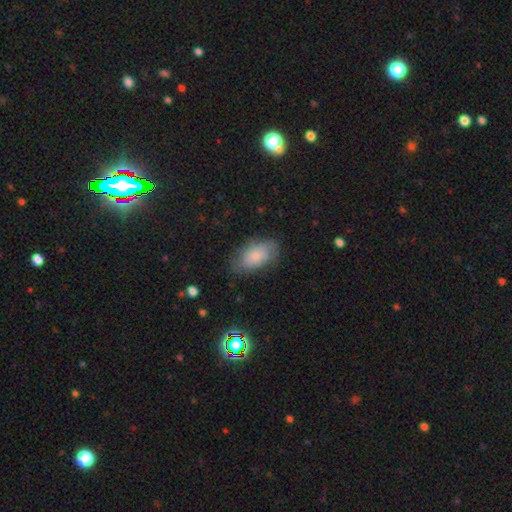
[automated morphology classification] A smooth galaxy with no disk features (69%) that is in between round and cigar-shaped (93%).

Vote fractions:
- Smooth or featured? smooth: 69% / featured or disk: 23% / star or artifact: 8%
- How rounded? in between: 93% / round: 5% / cigar-shaped: 2%
- Merging? none: 70% / minor disturbance: 22% / major disturbance: 6% / merger: 1%